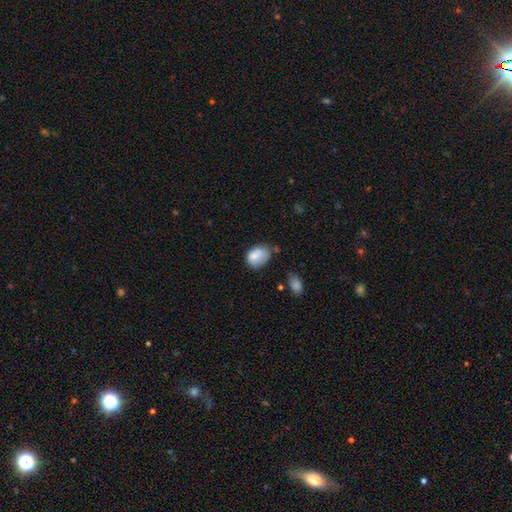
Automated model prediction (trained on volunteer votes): This appears to be a smooth galaxy with no disk features (81%) that is in between round and cigar-shaped (71%). Merging: none (44%).